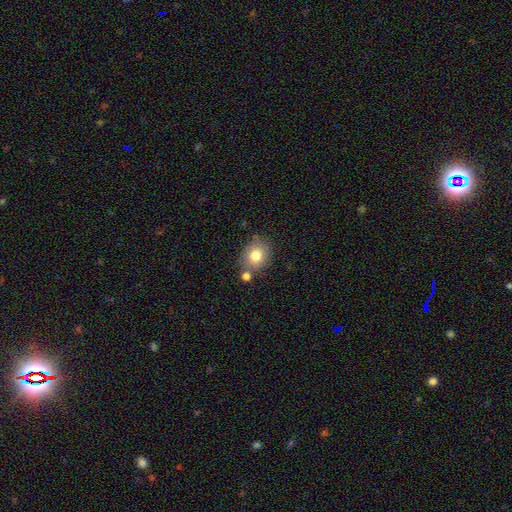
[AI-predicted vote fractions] A smooth galaxy with no disk features (78%) that is round (57%). Merging: none (70%).